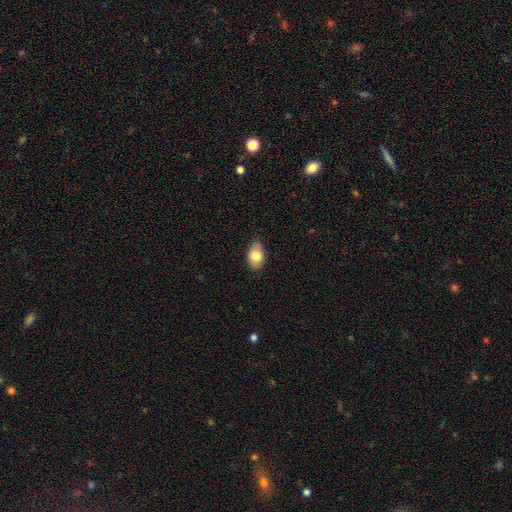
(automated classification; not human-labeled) Smooth or featured?
  - smooth: 79% *
  - featured or disk: 14%
  - star or artifact: 7%
How rounded?
  - in between: 90% *
  - round: 8%
  - cigar-shaped: 2%
Merging?
  - none: 84% *
  - minor disturbance: 13%
  - major disturbance: 2%
  - merger: 1%